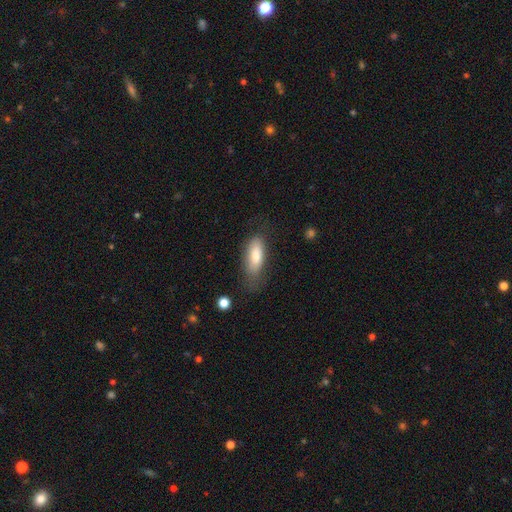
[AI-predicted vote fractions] The model was most divided on "merging": none: 63%, minor disturbance: 24%, major disturbance: 11%, merger: 2%. More confident: smooth or featured — smooth (76%); how rounded — in between (74%).